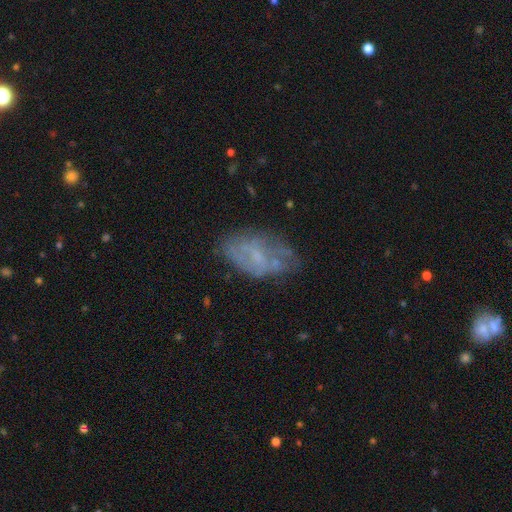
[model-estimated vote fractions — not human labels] A featured or disk galaxy (52%). Merging: none (56%).